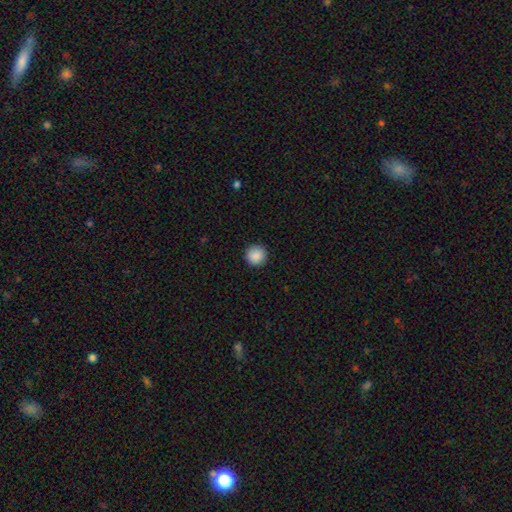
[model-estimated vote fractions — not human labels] This appears to be a smooth galaxy with no disk features (89%) that is round (96%). Merging: none (93%).